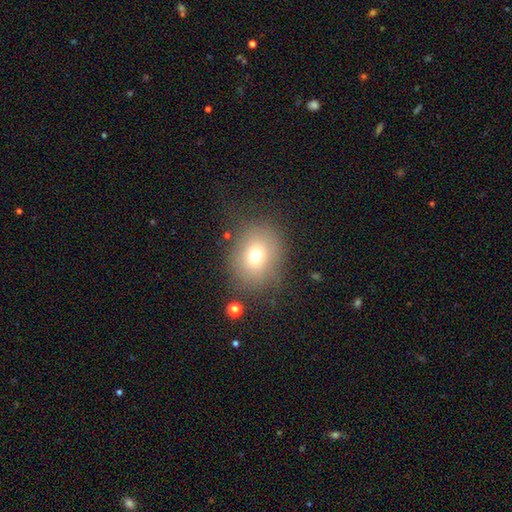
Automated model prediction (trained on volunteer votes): smooth 70%, star or artifact 15%, featured or disk 15%. Down the decision tree: how rounded — round (63%); merging — none (74%).